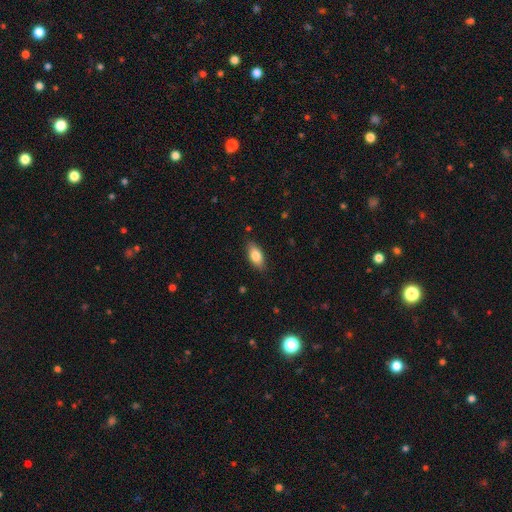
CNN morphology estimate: This is clearly a smooth galaxy (80%). How rounded: clearly in between (87%). Merging: clearly none (85%).